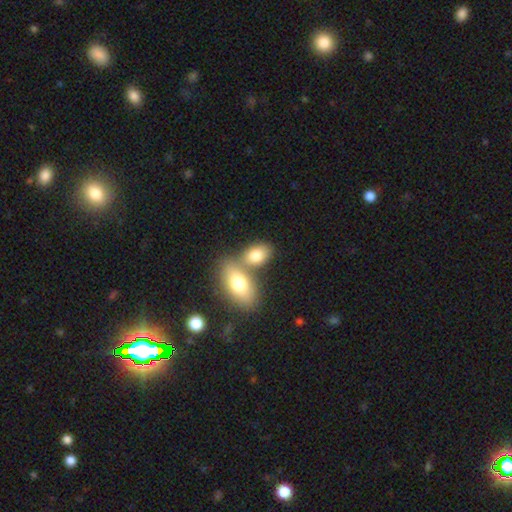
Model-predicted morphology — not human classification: The model was most divided on "merging": merger: 48%, none: 40%, minor disturbance: 9%, major disturbance: 4%. More confident: how rounded — in between (86%); smooth or featured — smooth (78%).